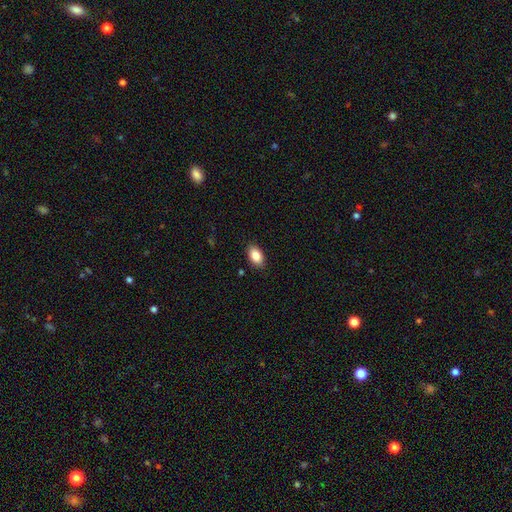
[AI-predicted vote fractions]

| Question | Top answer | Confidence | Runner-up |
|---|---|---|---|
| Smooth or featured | smooth | 86% | star or artifact (7%) |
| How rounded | in between | 91% | round (7%) |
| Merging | none | 88% | minor disturbance (9%) |